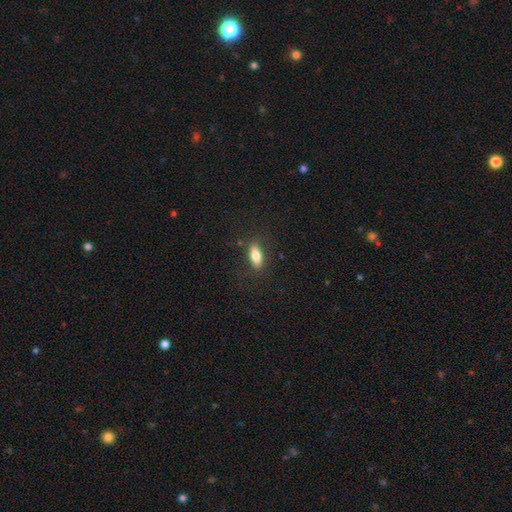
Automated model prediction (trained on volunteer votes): smooth-or-featured: smooth: 76% | featured or disk: 16% | star or artifact: 7%
  how-rounded: in between: 72% | cigar-shaped: 25% | round: 3%
  merging: none: 82% | minor disturbance: 12% | major disturbance: 4% | merger: 1%